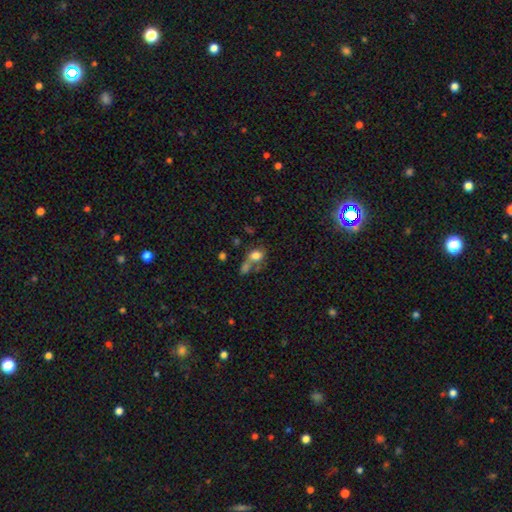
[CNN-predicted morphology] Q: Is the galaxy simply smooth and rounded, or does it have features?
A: smooth — 74%.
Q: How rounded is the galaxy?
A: in between — 50%.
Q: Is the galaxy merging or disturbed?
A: merger — 43%.